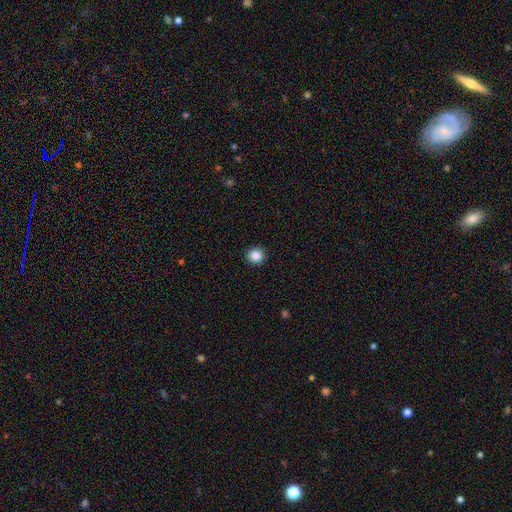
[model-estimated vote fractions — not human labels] Overall: smooth (87%). How rounded: round (90%). Merging: none (91%).